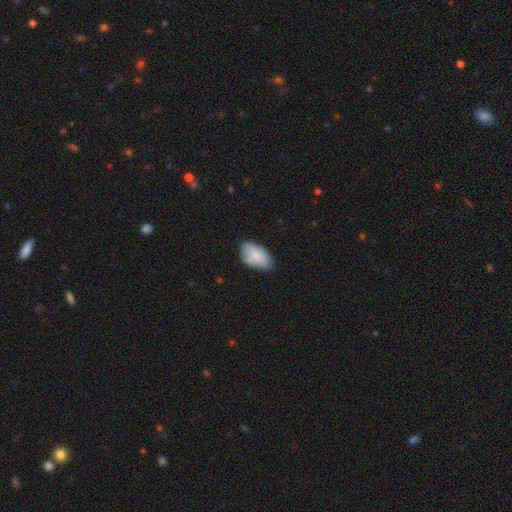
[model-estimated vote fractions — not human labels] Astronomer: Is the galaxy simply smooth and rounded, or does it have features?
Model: smooth — 84%.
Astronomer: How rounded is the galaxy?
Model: in between — 94%.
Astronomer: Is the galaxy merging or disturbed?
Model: none — 65%.